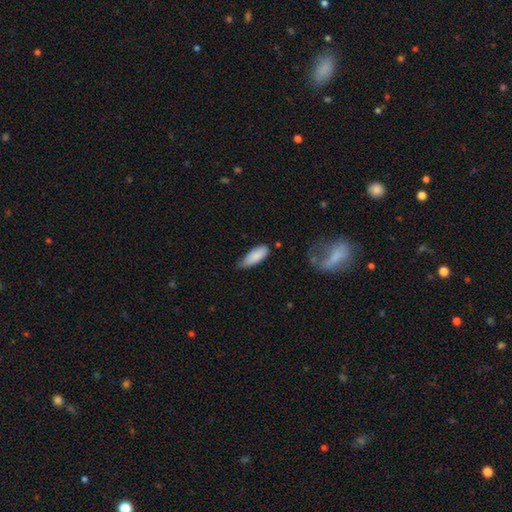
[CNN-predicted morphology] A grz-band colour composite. It shows a smooth galaxy with no disk features (86%) that is in between round and cigar-shaped (75%). Merging: none (50%).